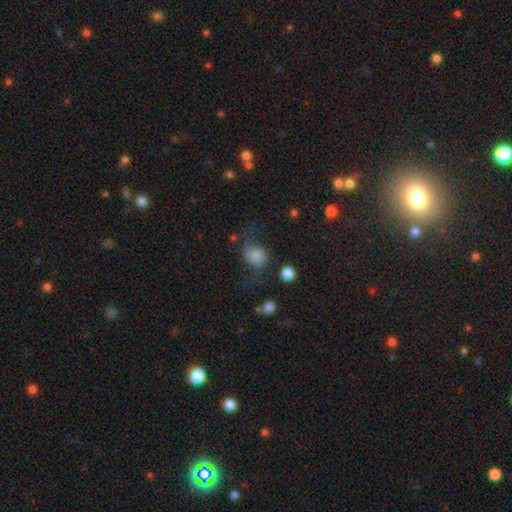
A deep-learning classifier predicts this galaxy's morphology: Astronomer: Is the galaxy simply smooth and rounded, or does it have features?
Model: smooth — 56% (runner-up: featured or disk, 33%).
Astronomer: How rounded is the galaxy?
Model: round — 71%.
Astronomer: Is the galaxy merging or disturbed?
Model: none — 47% (runner-up: major disturbance, 24%).